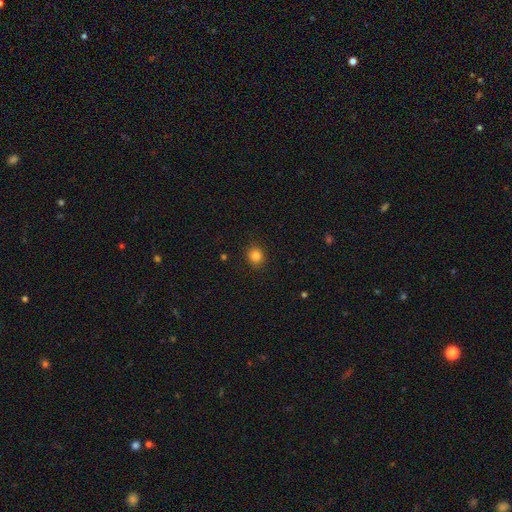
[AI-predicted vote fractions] Morphology: type=smooth (84%); roundness=round (79%); merging=none (89%).